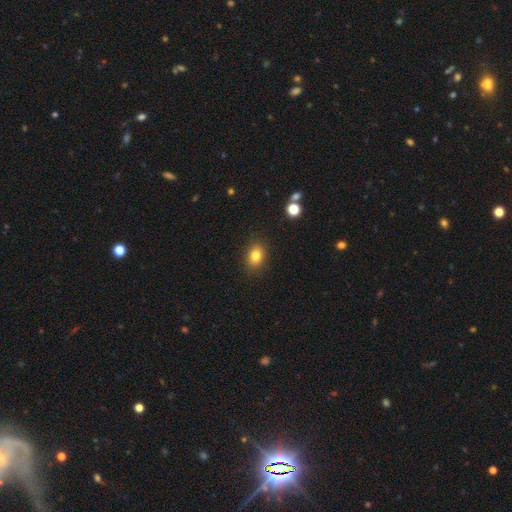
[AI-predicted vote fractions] This is clearly a smooth galaxy (81%). How rounded: likely in between (66%). Merging: clearly none (87%).